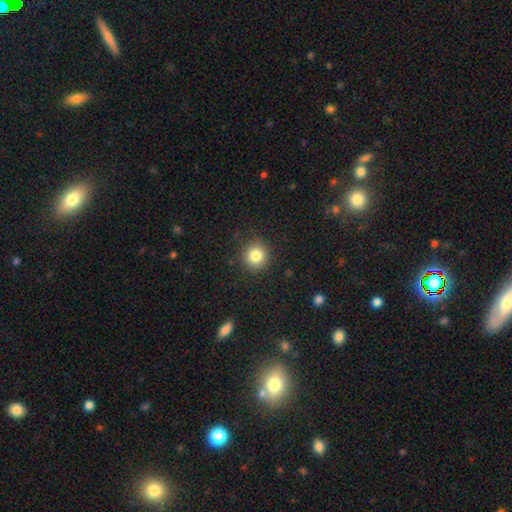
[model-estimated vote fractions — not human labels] smooth_or_featured: smooth (p=0.83) [alt: star or artifact p=0.11]
how_rounded: round (p=0.91) [alt: in between p=0.08]
merging: none (p=0.89) [alt: minor disturbance p=0.07]